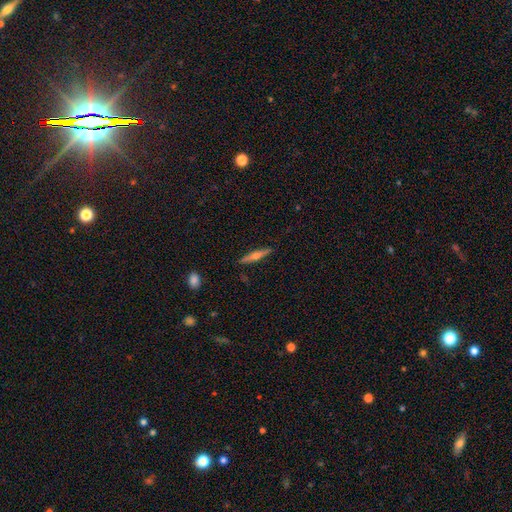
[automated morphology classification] This is likely a featured or disk galaxy (62%). It is clearly viewed edge-on (97%). Edge-on bulge: clearly rounded (90%). Merging: clearly none (90%).